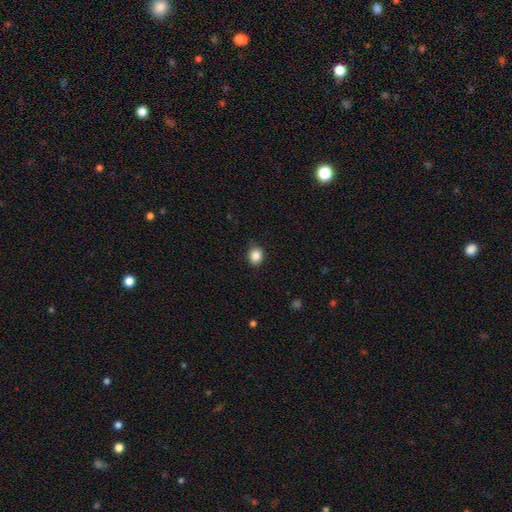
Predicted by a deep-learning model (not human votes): Morphology: type=smooth (86%); roundness=round (65%); merging=none (81%).